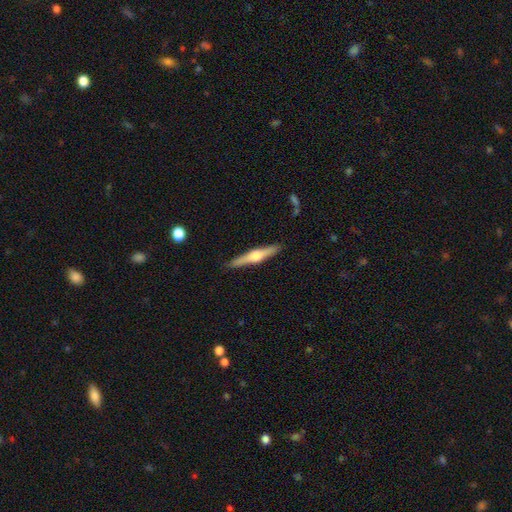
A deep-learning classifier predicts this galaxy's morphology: A featured or disk galaxy (69%) viewed edge-on (98%) with a rounded central bulge (91%). Merging: none (90%).